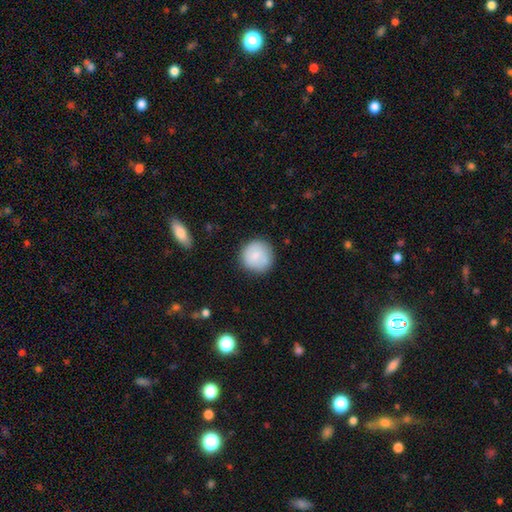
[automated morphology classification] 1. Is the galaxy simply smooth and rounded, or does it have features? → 76% smooth, 17% featured or disk, 7% star or artifact.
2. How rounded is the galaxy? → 94% round, 5% in between, 1% cigar-shaped.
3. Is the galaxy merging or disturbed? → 81% none, 13% minor disturbance, 3% major disturbance, 2% merger.